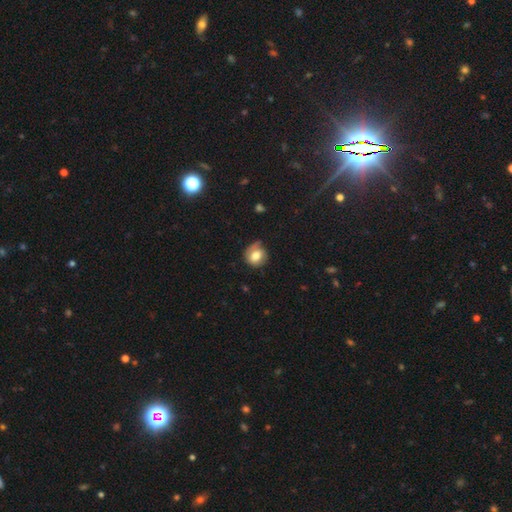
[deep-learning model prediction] Morphology: type=smooth (71%); roundness=round (81%); merging=none (56%).